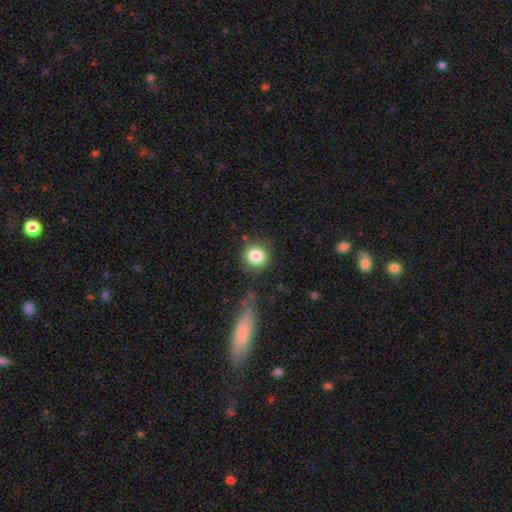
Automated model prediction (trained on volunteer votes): The model was most divided on "merging": none: 77%, minor disturbance: 12%, major disturbance: 5%, merger: 5%. More confident: how rounded — round (90%); smooth or featured — smooth (84%).